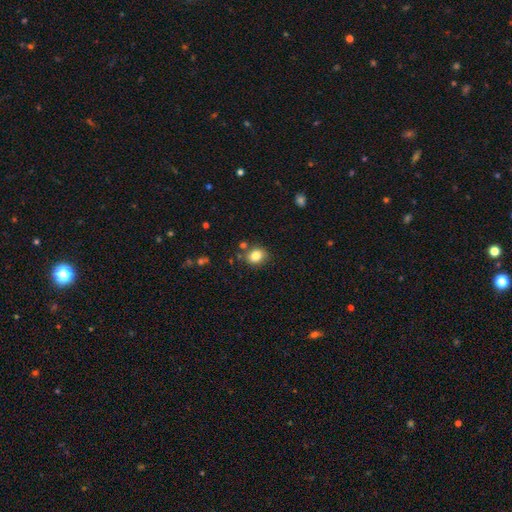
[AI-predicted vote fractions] smooth-or-featured: smooth: 83% | star or artifact: 10% | featured or disk: 7%
  how-rounded: round: 59% | in between: 40% | cigar-shaped: 1%
  merging: none: 77% | minor disturbance: 13% | merger: 7% | major disturbance: 3%